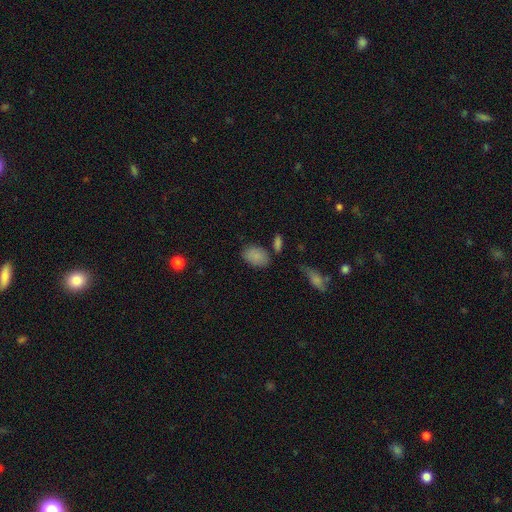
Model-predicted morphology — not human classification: smooth-or-featured: smooth: 85% | star or artifact: 9% | featured or disk: 6%
  how-rounded: in between: 88% | round: 10% | cigar-shaped: 1%
  merging: none: 74% | minor disturbance: 15% | merger: 6% | major disturbance: 4%